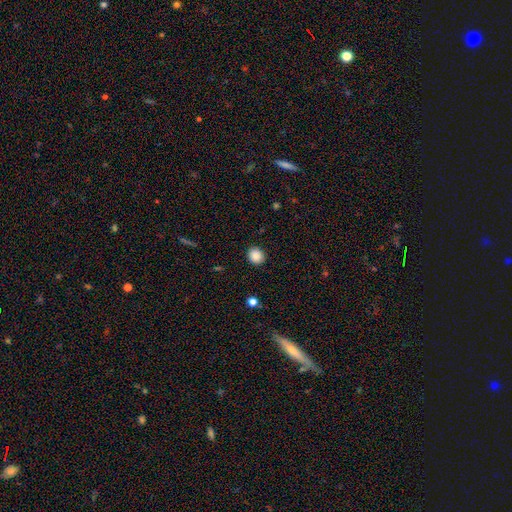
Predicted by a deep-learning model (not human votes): Smooth or featured? smooth (88%)
How rounded? round (72%)
Merging? none (90%)